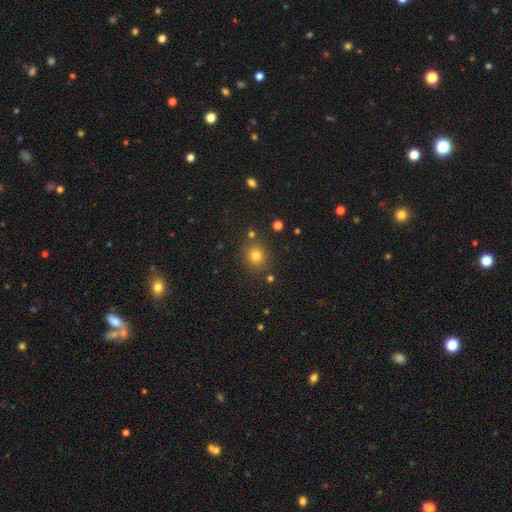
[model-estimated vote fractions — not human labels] This appears to be a smooth galaxy with no disk features (78%) that is round (86%). Merging: none (83%).